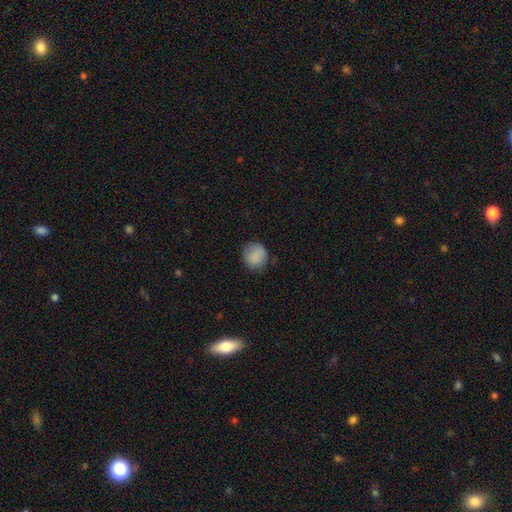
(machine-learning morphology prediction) Smooth or featured: smooth — 86% (star or artifact — 8%)
How rounded: round — 87% (in between — 12%)
Merging: none — 77% (minor disturbance — 18%)